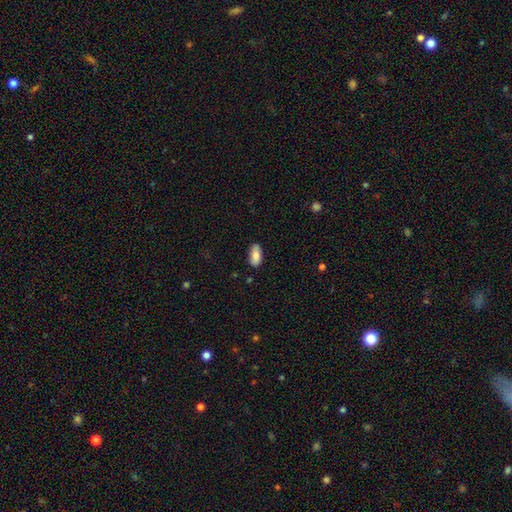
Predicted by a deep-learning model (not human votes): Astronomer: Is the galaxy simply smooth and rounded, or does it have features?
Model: smooth — 84%.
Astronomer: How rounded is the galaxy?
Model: in between — 91%.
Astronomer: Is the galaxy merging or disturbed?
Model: none — 81%.